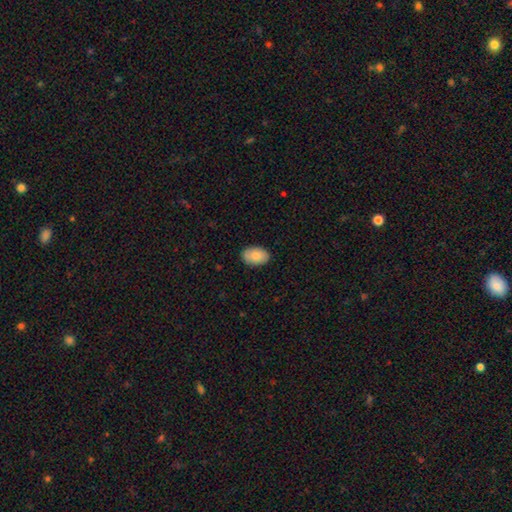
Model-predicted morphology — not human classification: Smooth or featured? Predicted: smooth (p=0.83). How rounded? Predicted: in between (p=0.90). Merging? Predicted: none (p=0.88).